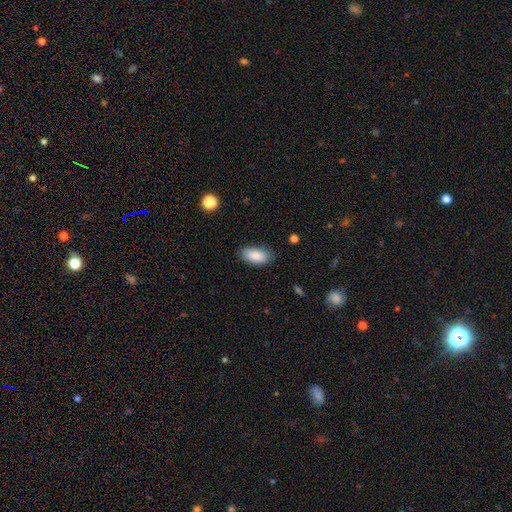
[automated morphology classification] A smooth galaxy with no disk features (87%) that is in between round and cigar-shaped (92%). Merging: none (78%).